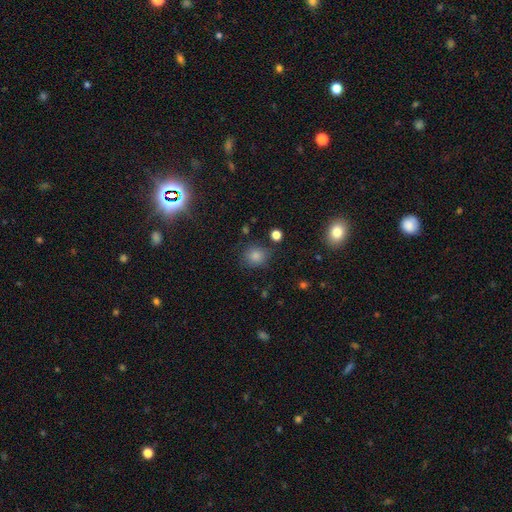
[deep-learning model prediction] Overall: smooth (82%). How rounded: round (82%). Merging: none (79%).